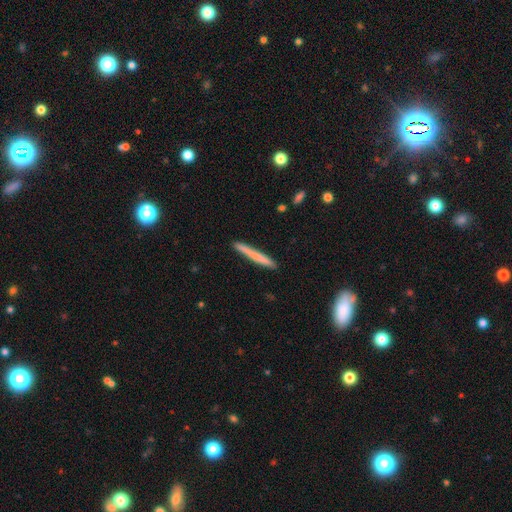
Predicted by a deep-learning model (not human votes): This appears to be a smooth galaxy with no disk features (67%) that is cigar-shaped (97%). Merging: none (89%).